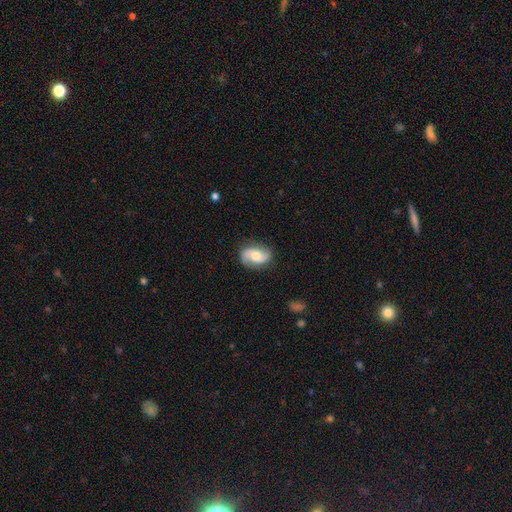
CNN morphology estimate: Q: Smooth or featured?
A: featured or disk (72%); runner-up: smooth (21%)
Q: Edge-on disk?
A: no (97%); runner-up: yes (3%)
Q: Bar?
A: no (60%); runner-up: weak (32%)
Q: Spiral arms?
A: yes (95%); runner-up: no (5%)
Q: Spiral winding?
A: medium (42%); runner-up: loose (40%)
Q: Spiral arm count?
A: 2 (89%); runner-up: can't tell (4%)
Q: Bulge size?
A: moderate (62%); runner-up: small (25%)
Q: Merging?
A: none (79%); runner-up: minor disturbance (15%)